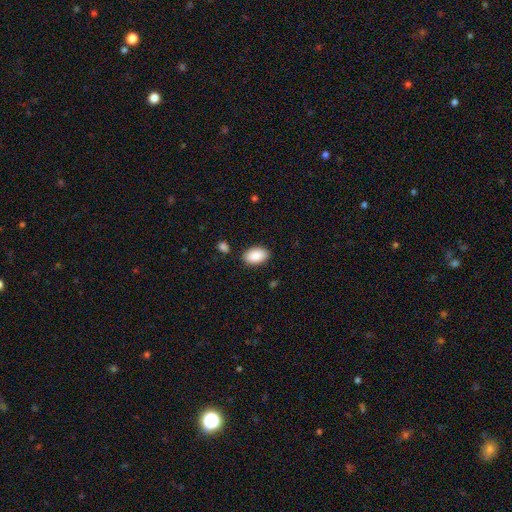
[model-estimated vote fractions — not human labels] Smooth or featured? smooth (90%)
How rounded? in between (93%)
Merging? none (85%)